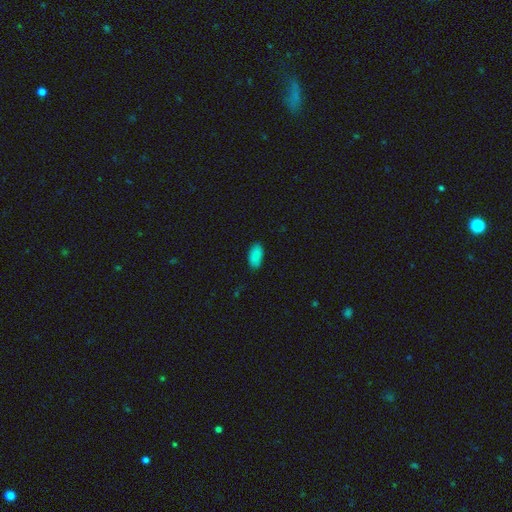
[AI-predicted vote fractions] Overall: smooth (88%). How rounded: in between (93%). Merging: none (86%).